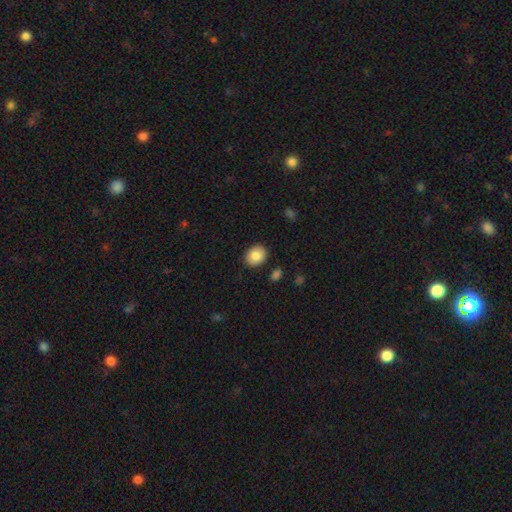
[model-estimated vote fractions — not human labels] smooth_or_featured: smooth (p=0.86) [alt: star or artifact p=0.08]
how_rounded: in between (p=0.50) [alt: round p=0.49]
merging: none (p=0.88) [alt: minor disturbance p=0.08]